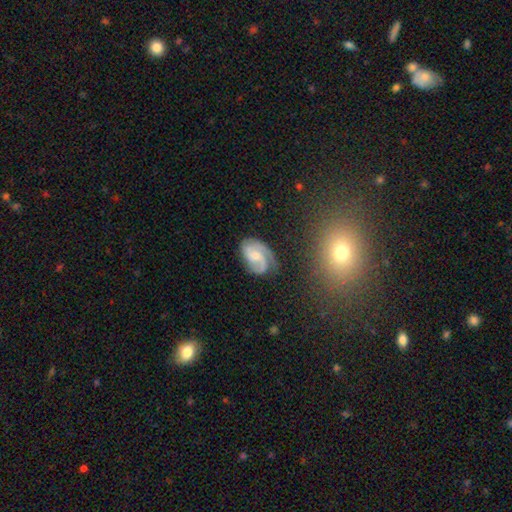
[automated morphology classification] type=featured or disk (81%); edge-on=no (98%); bar=no (55%); spiral arms=yes (97%); winding=medium (48%); arm count=2 (65%); bulge=small (46%); merging=none (67%).